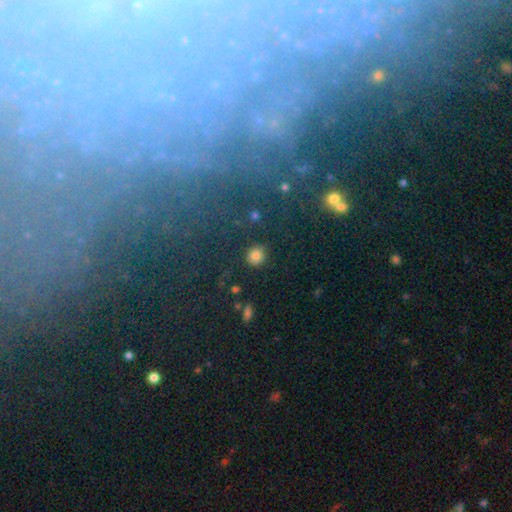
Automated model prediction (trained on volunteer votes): A smooth galaxy with no disk features (80%) that is round (90%). Merging: none (85%).